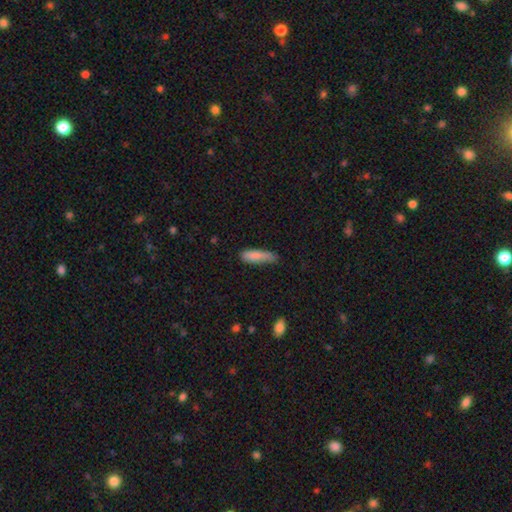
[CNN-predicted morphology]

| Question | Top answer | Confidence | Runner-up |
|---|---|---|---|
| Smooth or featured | smooth | 84% | featured or disk (9%) |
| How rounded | cigar-shaped | 68% | in between (30%) |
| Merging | none | 55% | minor disturbance (35%) |